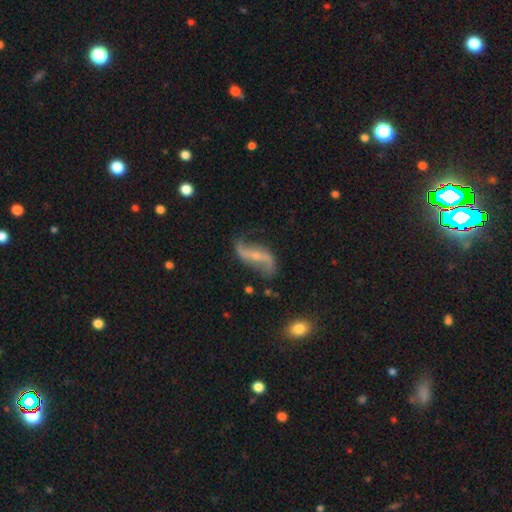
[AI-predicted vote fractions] Smooth or featured: featured or disk — 86% (smooth — 8%)
Edge-on disk: no — 95% (yes — 5%)
Bar: strong — 37% (weak — 35%)
Spiral arms: yes — 94% (no — 6%)
Spiral winding: loose — 88% (medium — 9%)
Spiral arm count: 2 — 92% (1 — 3%)
Bulge size: small — 64% (moderate — 22%)
Merging: none — 68% (minor disturbance — 19%)